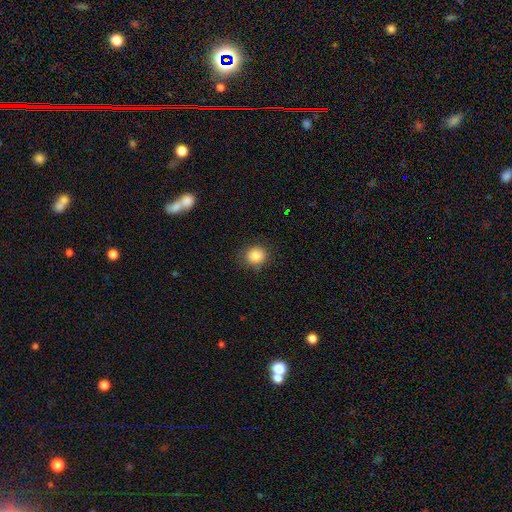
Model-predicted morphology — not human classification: Q: Smooth or featured?
A: smooth (85%); runner-up: star or artifact (10%)
Q: How rounded?
A: round (81%); runner-up: in between (18%)
Q: Merging?
A: none (84%); runner-up: minor disturbance (12%)